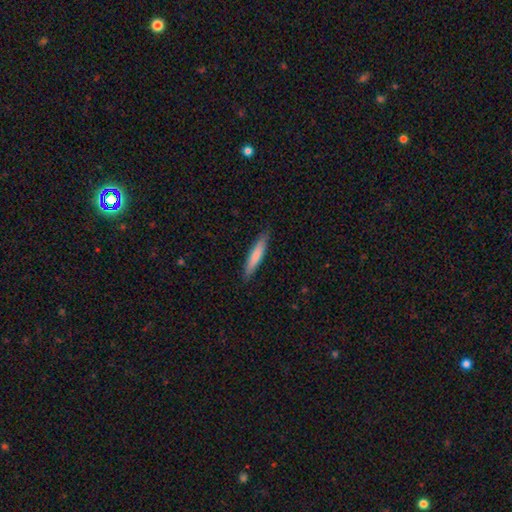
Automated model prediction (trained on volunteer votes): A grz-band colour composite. It shows a smooth galaxy with no disk features (74%) that is cigar-shaped (90%). Merging: none (88%).